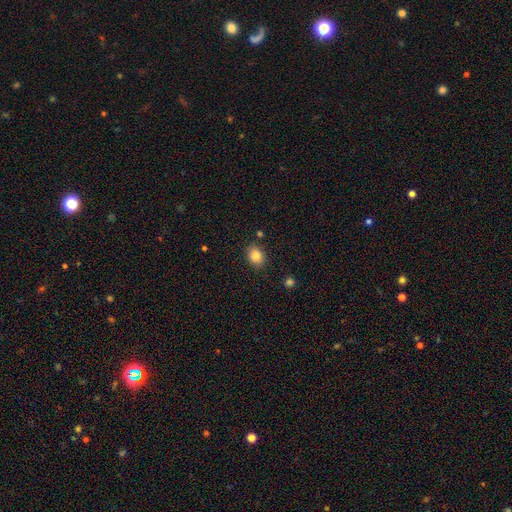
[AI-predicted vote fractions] Q: Smooth or featured?
A: smooth (84%); runner-up: star or artifact (10%)
Q: How rounded?
A: in between (50%); runner-up: round (49%)
Q: Merging?
A: none (84%); runner-up: minor disturbance (10%)